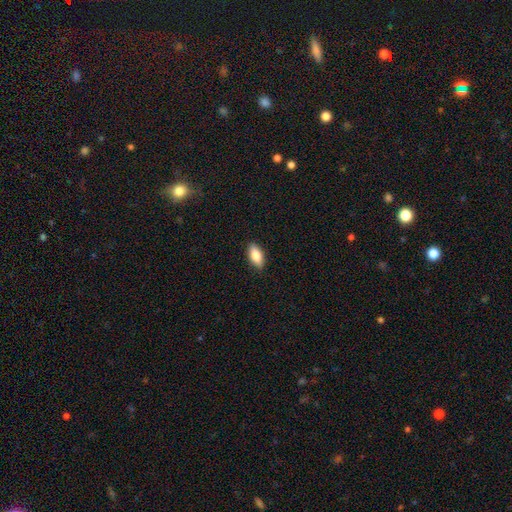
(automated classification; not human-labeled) Overall: smooth (79%). How rounded: in between (86%). Merging: none (89%).